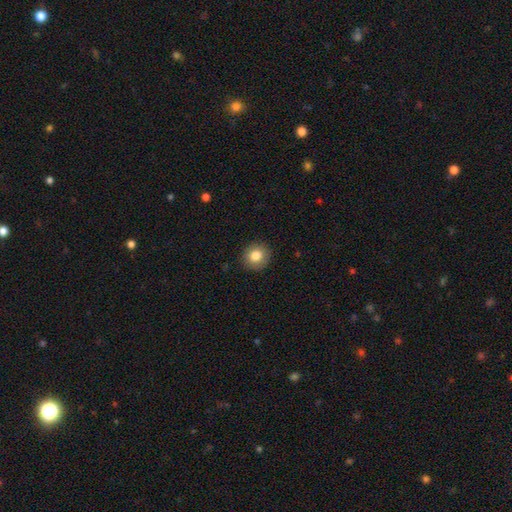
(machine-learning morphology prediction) smooth-or-featured: smooth: 84% | star or artifact: 9% | featured or disk: 8%
  how-rounded: round: 84% | in between: 15% | cigar-shaped: 1%
  merging: none: 89% | minor disturbance: 8% | major disturbance: 2% | merger: 1%